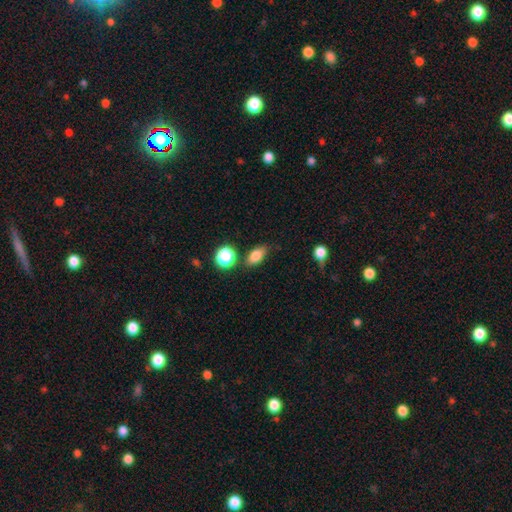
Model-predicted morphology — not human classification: Smooth or featured? Predicted: smooth (p=0.81). How rounded? Predicted: in between (p=0.81). Merging? Predicted: none (p=0.77).